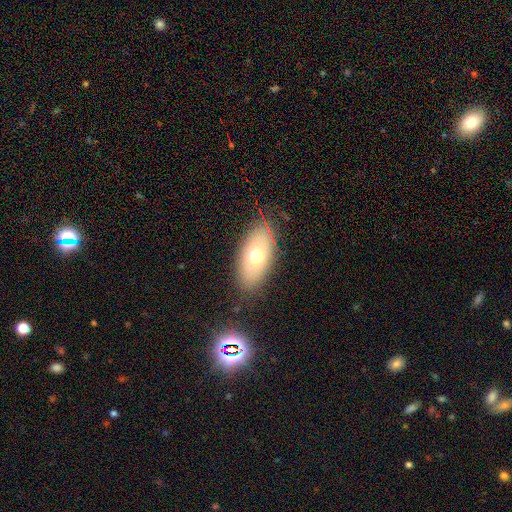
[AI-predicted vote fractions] Smooth or featured?
  - smooth: 64% *
  - featured or disk: 26%
  - star or artifact: 10%
How rounded?
  - in between: 88% *
  - round: 7%
  - cigar-shaped: 5%
Merging?
  - none: 82% *
  - minor disturbance: 12%
  - major disturbance: 5%
  - merger: 1%